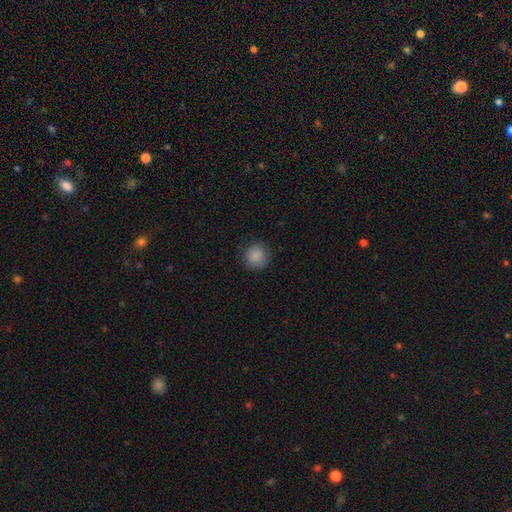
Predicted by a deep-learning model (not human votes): smooth_or_featured: smooth (p=0.88) [alt: star or artifact p=0.09]
how_rounded: round (p=0.93) [alt: in between p=0.06]
merging: none (p=0.89) [alt: minor disturbance p=0.07]